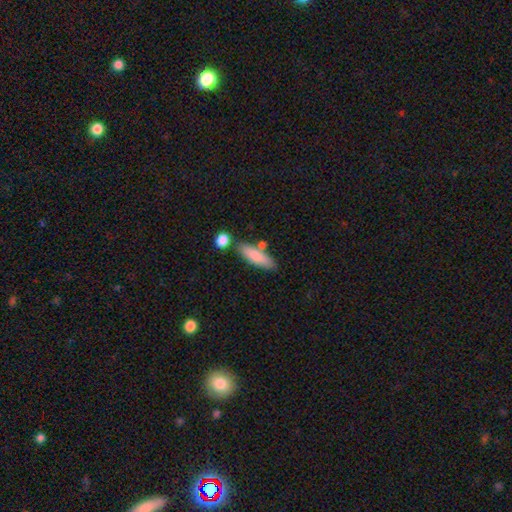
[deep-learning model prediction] Smooth or featured: smooth — 81% (featured or disk — 14%)
How rounded: cigar-shaped — 57% (in between — 40%)
Merging: none — 72% (minor disturbance — 13%)